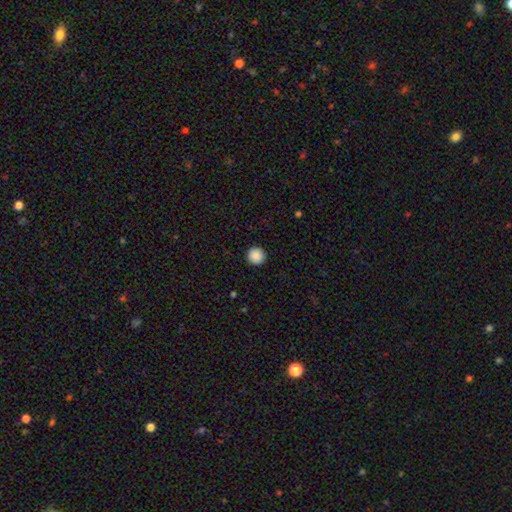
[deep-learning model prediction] The model was most divided on "smooth or featured": smooth: 89%, star or artifact: 9%, featured or disk: 2%. More confident: how rounded — round (95%); merging — none (93%).